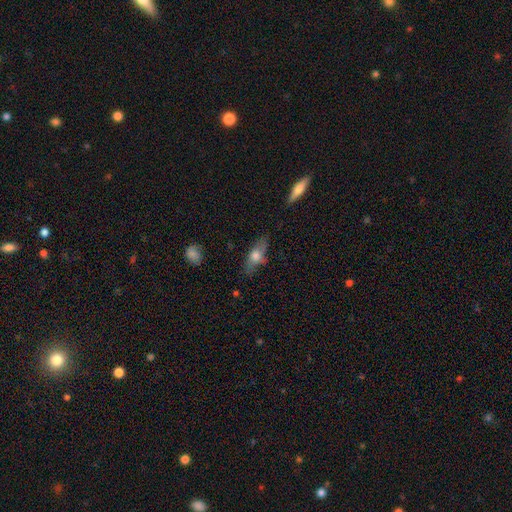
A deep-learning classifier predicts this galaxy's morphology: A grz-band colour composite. It shows a smooth galaxy with no disk features (56%) that is in between round and cigar-shaped (61%). Merging: none (73%).